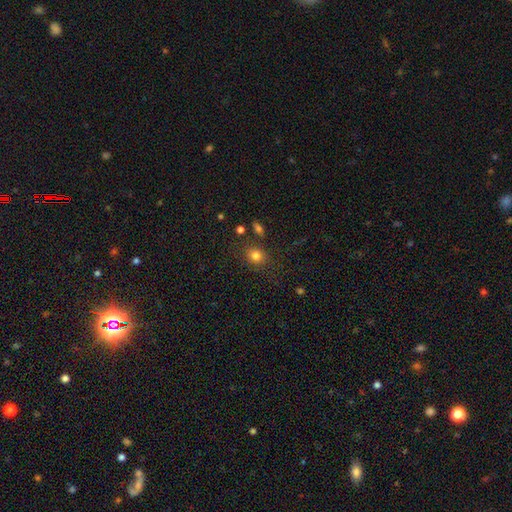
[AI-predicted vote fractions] Morphology: type=smooth (80%); roundness=round (61%); merging=none (79%).